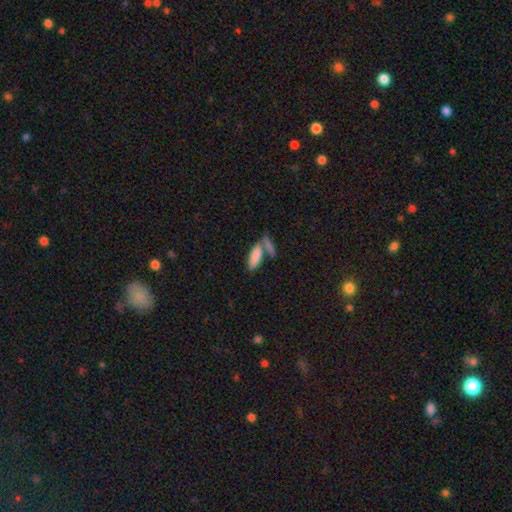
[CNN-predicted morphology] Q: Smooth or featured?
A: smooth (83%); runner-up: featured or disk (11%)
Q: How rounded?
A: in between (62%); runner-up: cigar-shaped (36%)
Q: Merging?
A: none (45%); runner-up: merger (41%)